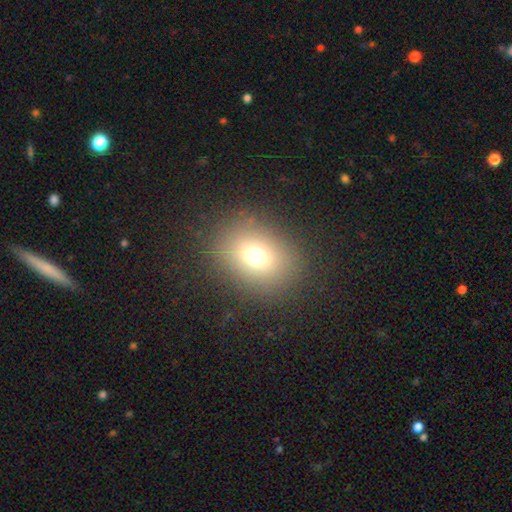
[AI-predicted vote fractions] smooth 71%, star or artifact 17%, featured or disk 12%. Down the decision tree: how rounded — in between (50%); merging — none (84%).